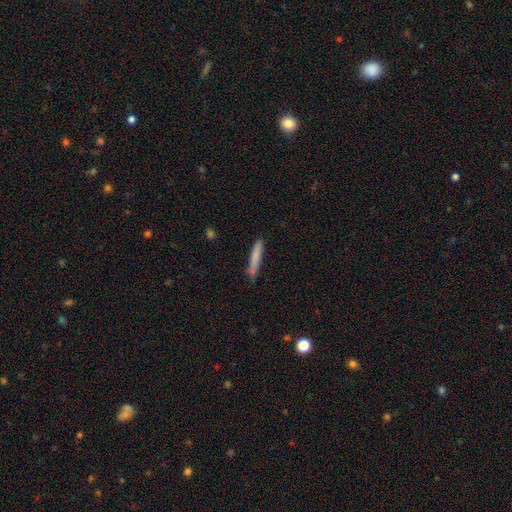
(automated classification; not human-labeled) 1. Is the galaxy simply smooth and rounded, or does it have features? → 79% smooth, 14% featured or disk, 6% star or artifact.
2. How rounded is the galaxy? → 92% cigar-shaped, 7% in between, 1% round.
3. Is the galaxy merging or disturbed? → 71% none, 22% minor disturbance, 4% major disturbance, 3% merger.